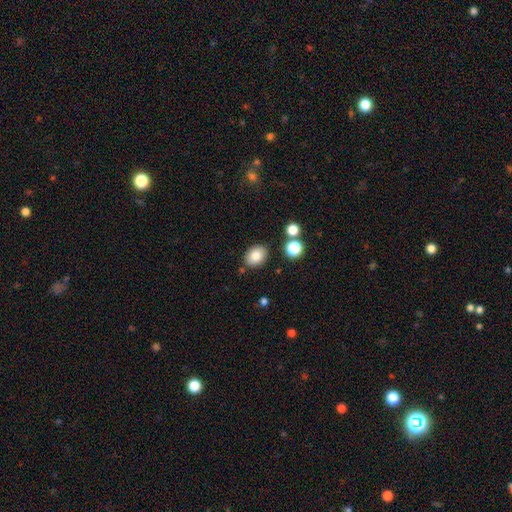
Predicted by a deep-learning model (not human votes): smooth 82%, star or artifact 10%, featured or disk 9%. Down the decision tree: how rounded — in between (68%); merging — none (84%).